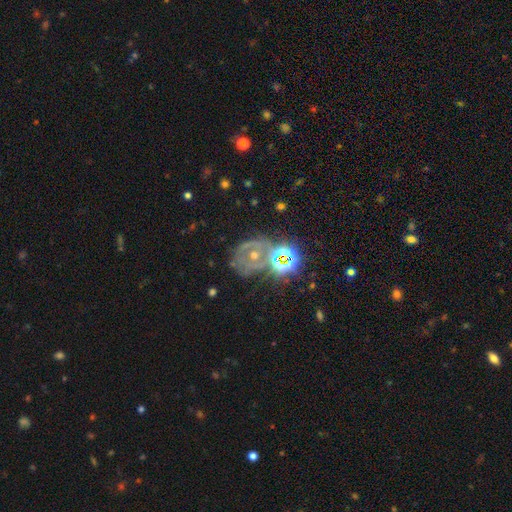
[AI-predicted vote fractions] Smooth or featured?
  - featured or disk: 45% *
  - star or artifact: 36%
  - smooth: 18%
Merging?
  - none: 50% *
  - major disturbance: 18%
  - minor disturbance: 18%
  - merger: 14%